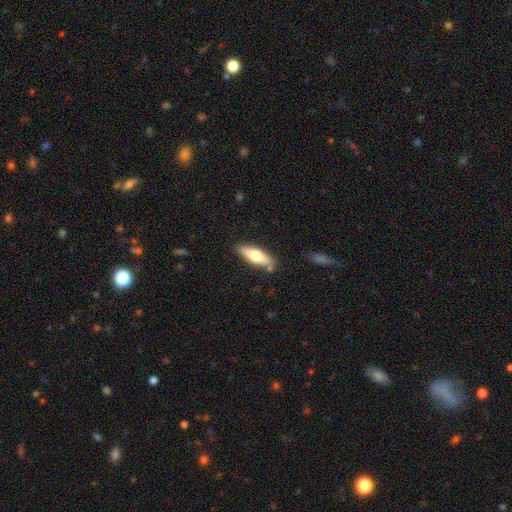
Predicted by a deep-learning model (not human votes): Overall: smooth (60%; featured or disk 35%). How rounded: in between (52%; cigar-shaped 46%). Merging: none (82%).